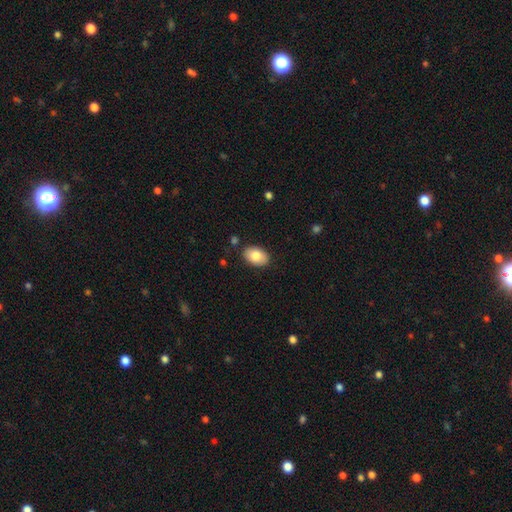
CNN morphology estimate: A smooth galaxy with no disk features (82%) that is in between round and cigar-shaped (89%).

Vote fractions:
- Smooth or featured? smooth: 82% / featured or disk: 12% / star or artifact: 6%
- How rounded? in between: 89% / round: 10% / cigar-shaped: 1%
- Merging? none: 86% / minor disturbance: 10% / major disturbance: 2% / merger: 2%